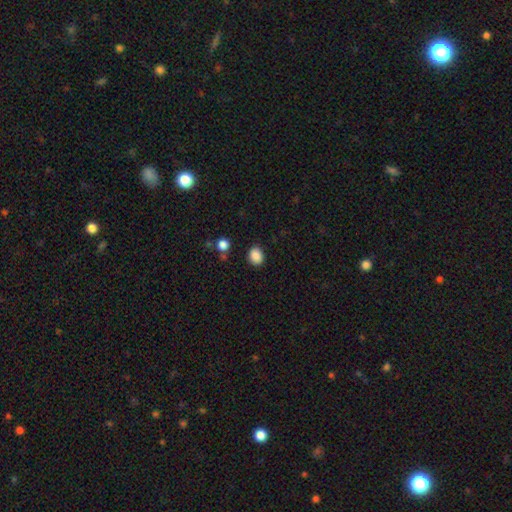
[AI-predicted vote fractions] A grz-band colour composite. It shows a smooth galaxy with no disk features (88%) that is round (53%). Merging: none (86%).